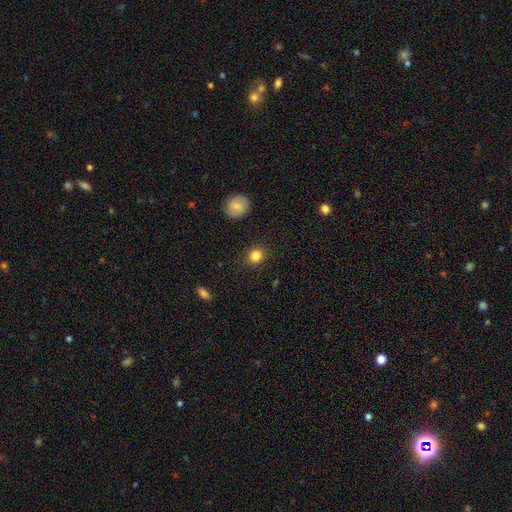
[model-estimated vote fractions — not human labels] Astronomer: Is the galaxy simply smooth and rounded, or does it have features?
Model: smooth — 84%.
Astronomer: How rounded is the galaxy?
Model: round — 80%.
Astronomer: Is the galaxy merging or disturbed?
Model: none — 88%.